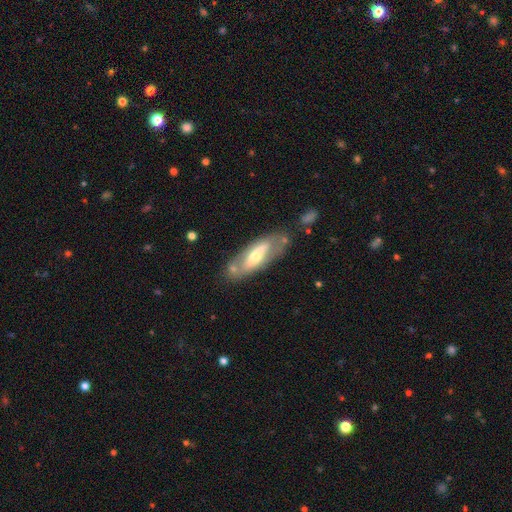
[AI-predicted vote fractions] Overall: featured or disk (60%; smooth 34%). Edge-on disk: no (73%). Merging: none (69%).